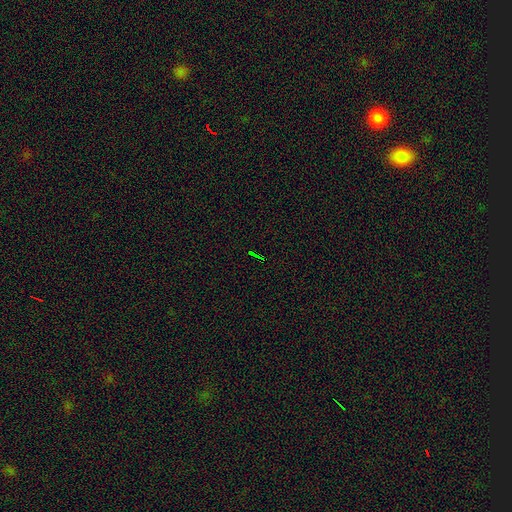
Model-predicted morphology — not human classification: Q: Smooth or featured?
A: star or artifact (78%); runner-up: smooth (12%)